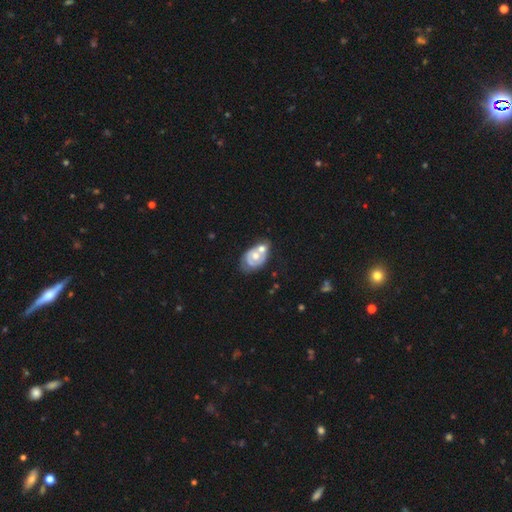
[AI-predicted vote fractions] Smooth or featured: featured or disk — 65% (smooth — 29%)
Edge-on disk: no — 97% (yes — 3%)
Bar: no — 81% (weak — 15%)
Spiral arms: yes — 52% (no — 48%)
Bulge size: moderate — 69% (small — 17%)
Merging: merger — 54% (none — 24%)